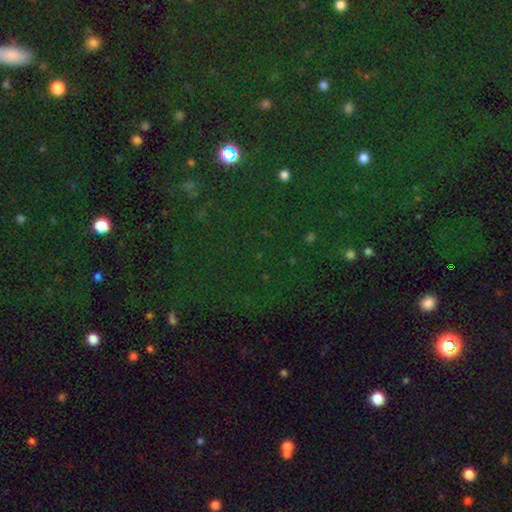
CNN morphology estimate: A star or artifact, not a galaxy (76%).